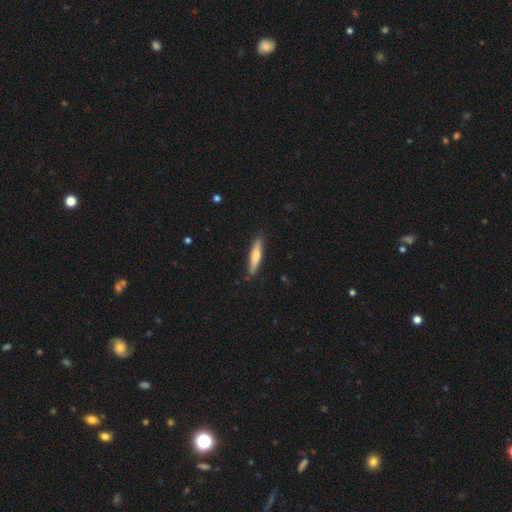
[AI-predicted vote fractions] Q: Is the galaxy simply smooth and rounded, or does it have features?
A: smooth — 66%.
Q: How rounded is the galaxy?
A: cigar-shaped — 85%.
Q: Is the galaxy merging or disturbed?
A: none — 87%.